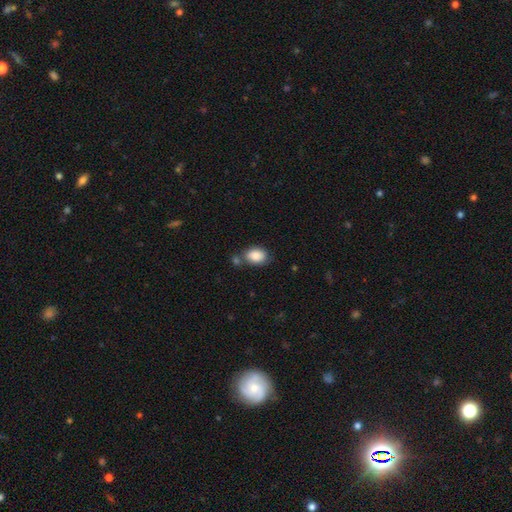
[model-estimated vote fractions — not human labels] This appears to be a smooth galaxy with no disk features (87%) that is in between round and cigar-shaped (78%). Merging: none (61%).